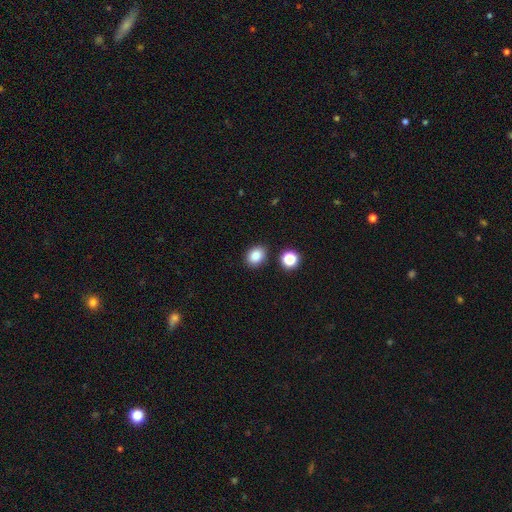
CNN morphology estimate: Smooth or featured?
  - smooth: 86% *
  - star or artifact: 10%
  - featured or disk: 4%
How rounded?
  - in between: 57% *
  - round: 42%
  - cigar-shaped: 1%
Merging?
  - none: 84% *
  - minor disturbance: 9%
  - merger: 4%
  - major disturbance: 3%